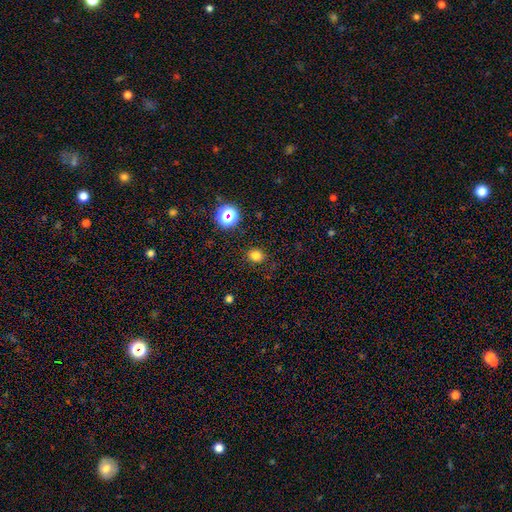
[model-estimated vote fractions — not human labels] This is likely a smooth galaxy (78%). How rounded: likely round (72%). Merging: clearly none (86%).